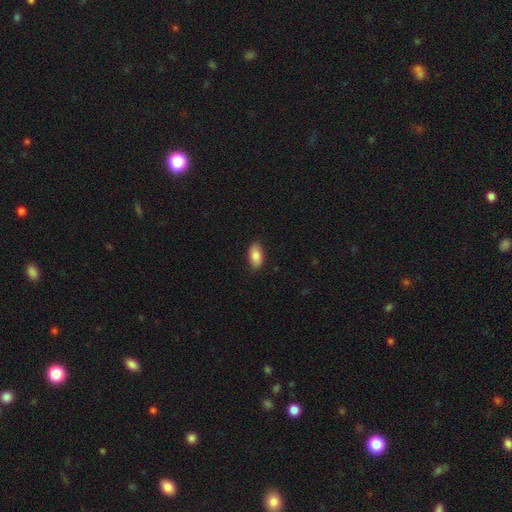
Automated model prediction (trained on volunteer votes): Smooth or featured? Predicted: smooth (p=0.85). How rounded? Predicted: in between (p=0.92). Merging? Predicted: none (p=0.87).